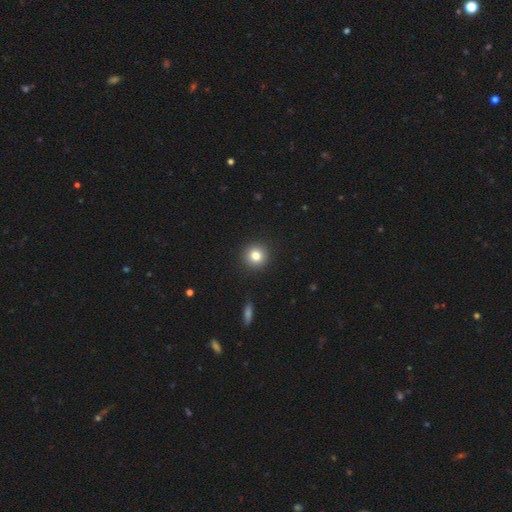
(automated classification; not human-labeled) smooth-or-featured: smooth: 81% | star or artifact: 11% | featured or disk: 8%
  how-rounded: round: 93% | in between: 6% | cigar-shaped: 1%
  merging: none: 92% | minor disturbance: 5% | major disturbance: 2% | merger: 1%